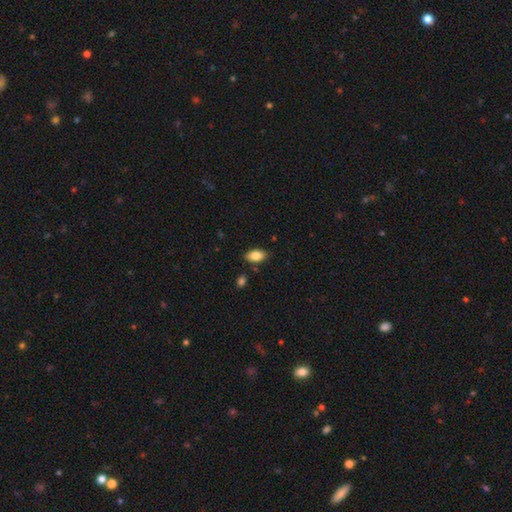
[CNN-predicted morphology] Smooth or featured: smooth — 85% (featured or disk — 8%)
How rounded: in between — 92% (round — 5%)
Merging: none — 84% (minor disturbance — 11%)